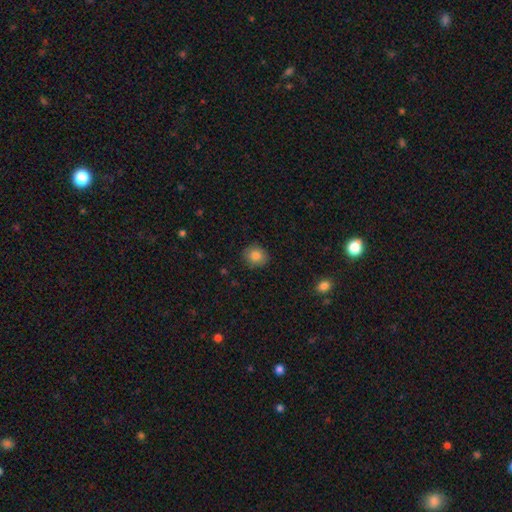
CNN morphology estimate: Q: Smooth or featured?
A: smooth (84%); runner-up: star or artifact (9%)
Q: How rounded?
A: round (73%); runner-up: in between (27%)
Q: Merging?
A: none (86%); runner-up: minor disturbance (10%)